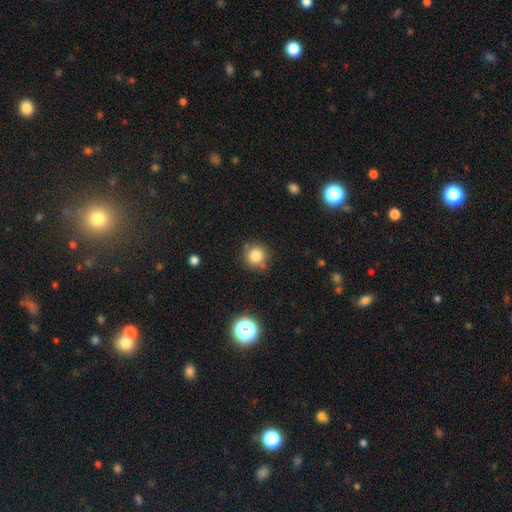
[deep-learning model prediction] smooth_or_featured: smooth (p=0.82) [alt: star or artifact p=0.12]
how_rounded: round (p=0.93) [alt: in between p=0.06]
merging: none (p=0.79) [alt: minor disturbance p=0.12]